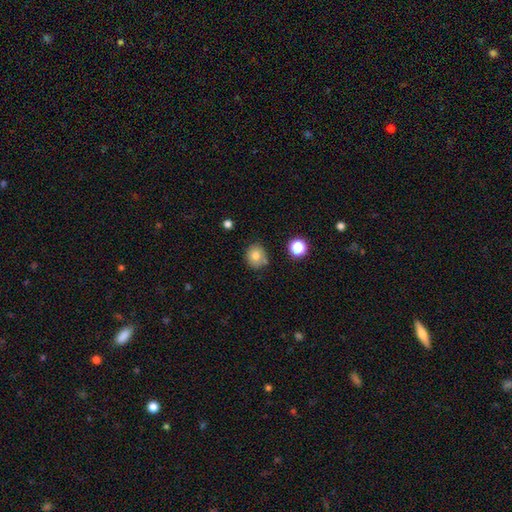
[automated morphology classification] Smooth or featured? Predicted: smooth (p=0.77). How rounded? Predicted: round (p=0.85). Merging? Predicted: none (p=0.76).